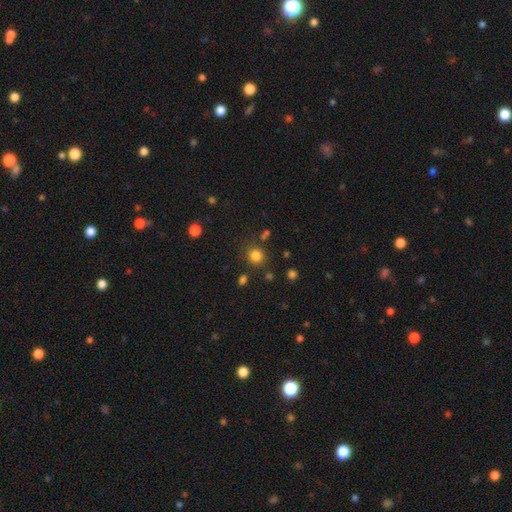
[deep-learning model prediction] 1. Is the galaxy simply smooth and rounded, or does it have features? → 82% smooth, 13% star or artifact, 5% featured or disk.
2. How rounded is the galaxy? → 86% round, 13% in between, 1% cigar-shaped.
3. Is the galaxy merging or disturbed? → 81% none, 10% minor disturbance, 5% merger, 4% major disturbance.